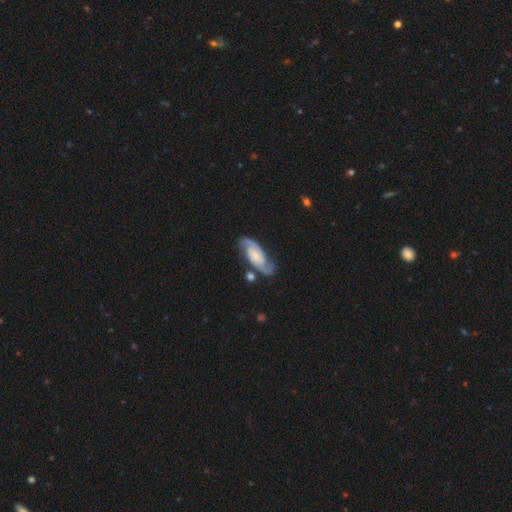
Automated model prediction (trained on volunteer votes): This is clearly a featured or disk galaxy (89%). It is clearly not viewed edge-on (96%). Bar: possibly no (51%). Spiral arm pattern: clearly yes (98%). Spiral arm count: clearly 2 (93%). Spiral winding: possibly medium (49%). Central bulge: marginally small (42%). Merging: likely none (77%).